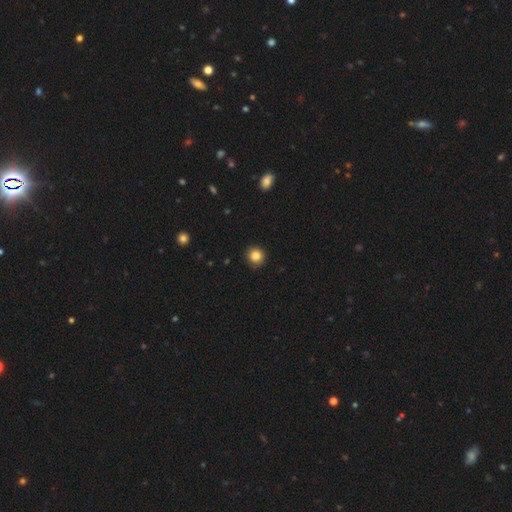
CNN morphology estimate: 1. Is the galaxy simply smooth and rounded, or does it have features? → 85% smooth, 11% star or artifact, 4% featured or disk.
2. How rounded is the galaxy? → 93% round, 6% in between, 1% cigar-shaped.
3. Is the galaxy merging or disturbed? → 91% none, 6% minor disturbance, 2% major disturbance, 1% merger.